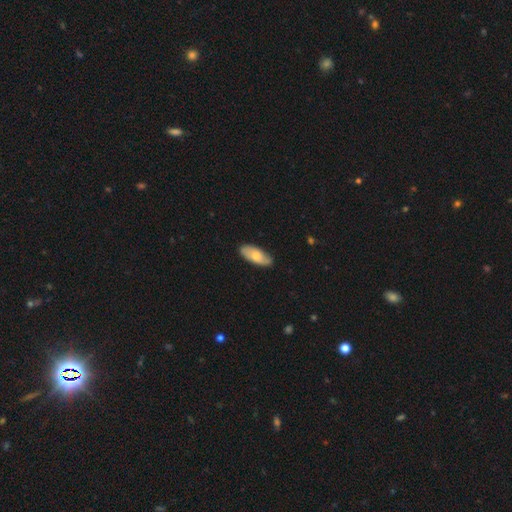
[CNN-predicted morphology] type=smooth (71%); roundness=in between (82%); merging=none (82%).